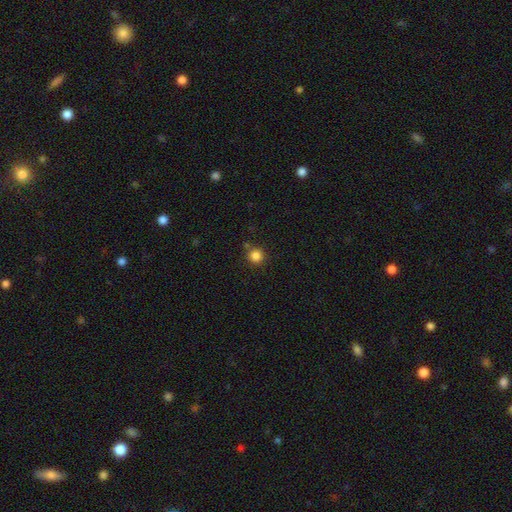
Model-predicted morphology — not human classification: This is clearly a smooth galaxy (84%). How rounded: clearly round (94%). Merging: clearly none (82%).